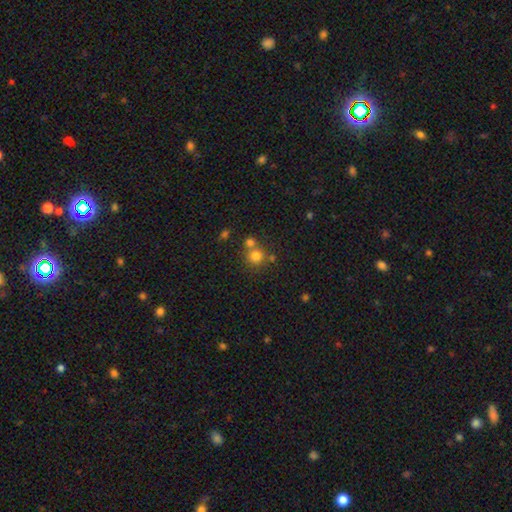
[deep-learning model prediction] Overall: smooth (76%). How rounded: round (90%). Merging: none (55%; merger 34%).